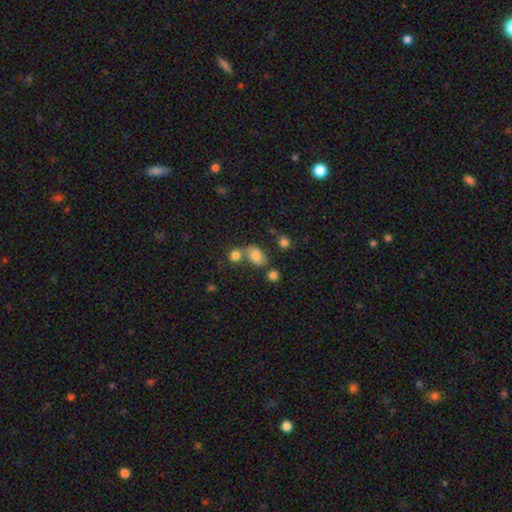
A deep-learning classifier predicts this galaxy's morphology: Smooth or featured? smooth (78%)
How rounded? in between (77%)
Merging? none (54%)